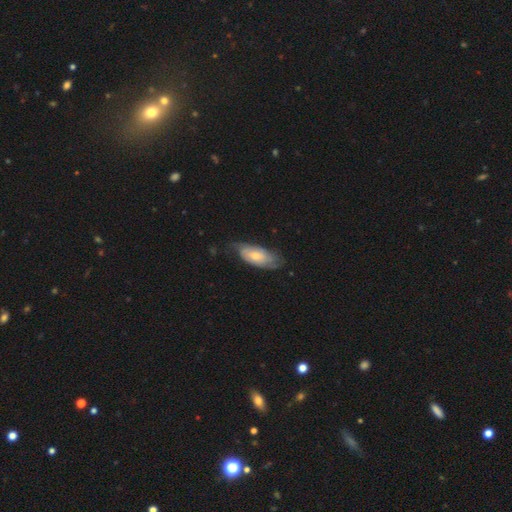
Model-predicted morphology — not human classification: Q: Smooth or featured?
A: featured or disk (51%); runner-up: smooth (44%)
Q: Edge-on disk?
A: no (88%); runner-up: yes (12%)
Q: Merging?
A: none (59%); runner-up: minor disturbance (30%)